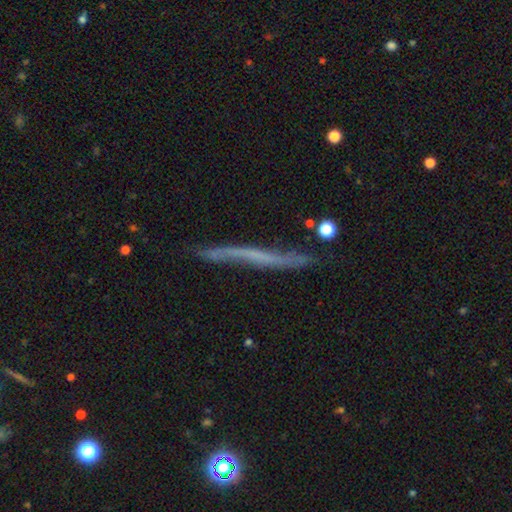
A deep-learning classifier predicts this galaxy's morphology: This is likely a featured or disk galaxy (61%). It is clearly viewed edge-on (88%). Edge-on bulge: clearly none (85%). Merging: likely none (74%).